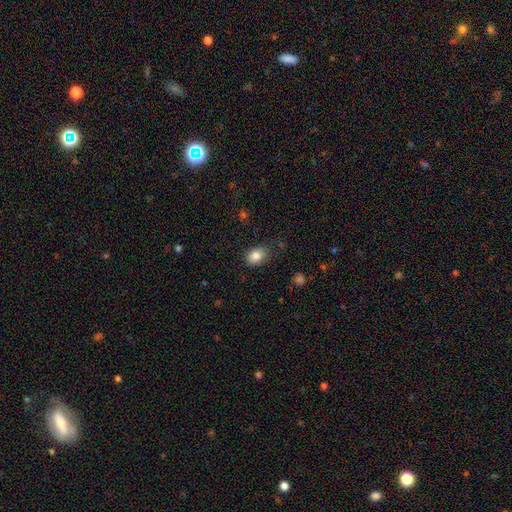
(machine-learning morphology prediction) smooth-or-featured: smooth: 85% | star or artifact: 9% | featured or disk: 6%
  how-rounded: in between: 74% | round: 25% | cigar-shaped: 1%
  merging: none: 80% | minor disturbance: 15% | major disturbance: 3% | merger: 1%